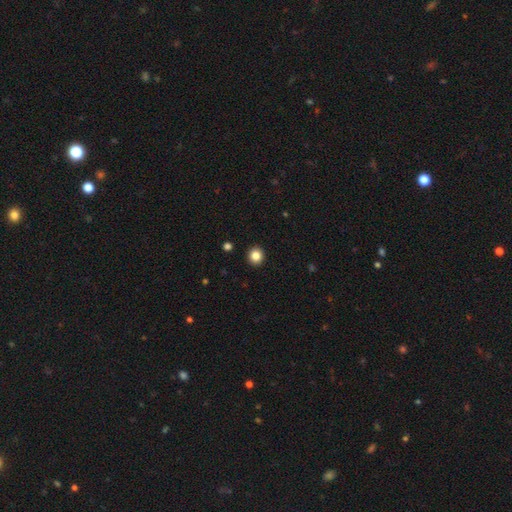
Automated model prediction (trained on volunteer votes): smooth-or-featured: smooth: 85% | star or artifact: 11% | featured or disk: 5%
  how-rounded: round: 91% | in between: 8% | cigar-shaped: 1%
  merging: none: 93% | minor disturbance: 4% | major disturbance: 1% | merger: 1%